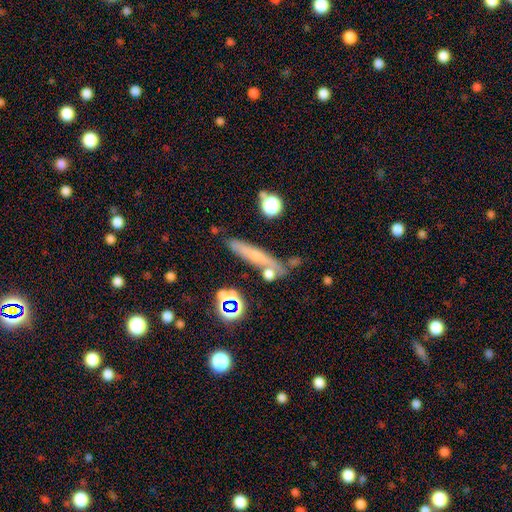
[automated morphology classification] A smooth galaxy with no disk features (50%) that is cigar-shaped (83%).

Vote fractions:
- Smooth or featured? smooth: 50% / featured or disk: 34% / star or artifact: 16%
- How rounded? cigar-shaped: 83% / in between: 11% / round: 6%
- Merging? none: 72% / minor disturbance: 14% / merger: 9% / major disturbance: 4%